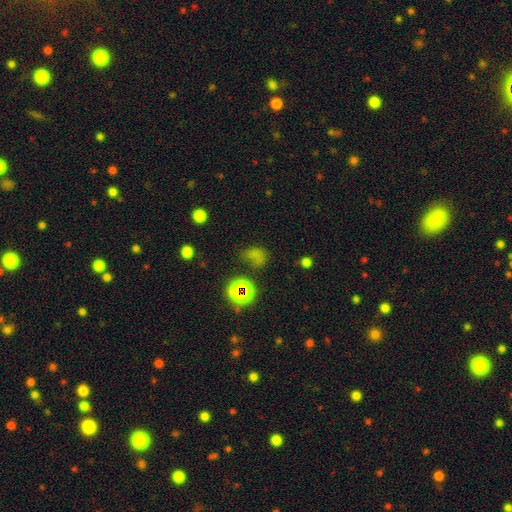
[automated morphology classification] This appears to be a smooth galaxy with no disk features (53%) that is in between round and cigar-shaped (53%). Merging: none (50%).